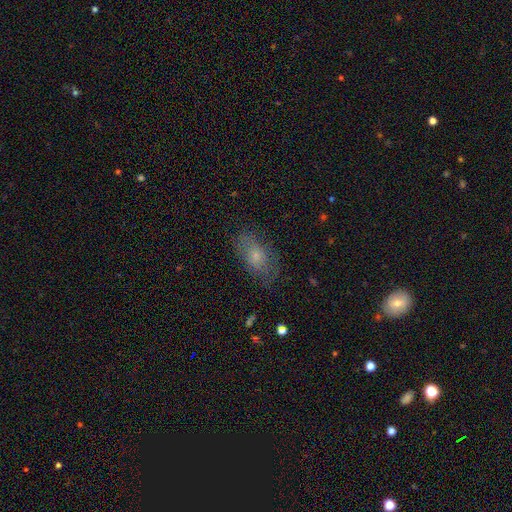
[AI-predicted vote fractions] This appears to be a smooth galaxy with no disk features (62%) that is in between round and cigar-shaped (88%). Merging: none (70%).